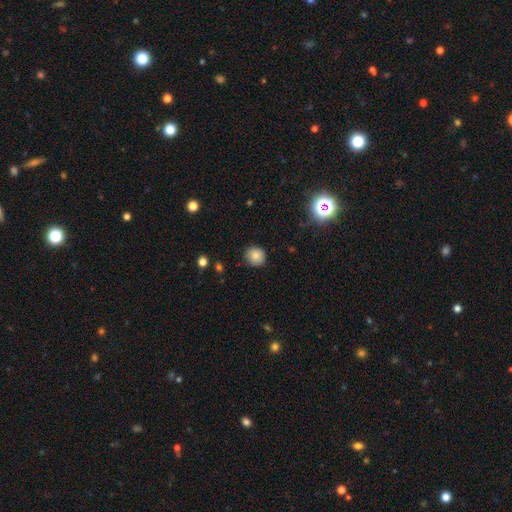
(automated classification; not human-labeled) This is clearly a smooth galaxy (81%). How rounded: clearly round (88%). Merging: clearly none (87%).